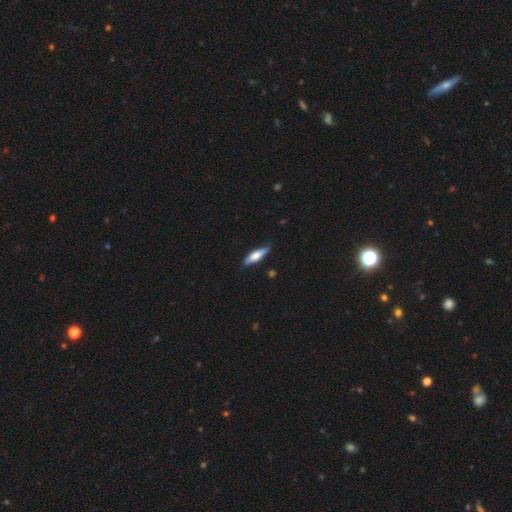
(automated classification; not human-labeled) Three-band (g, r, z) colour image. It shows a smooth galaxy with no disk features (58%) that is cigar-shaped (64%). Merging: none (76%).